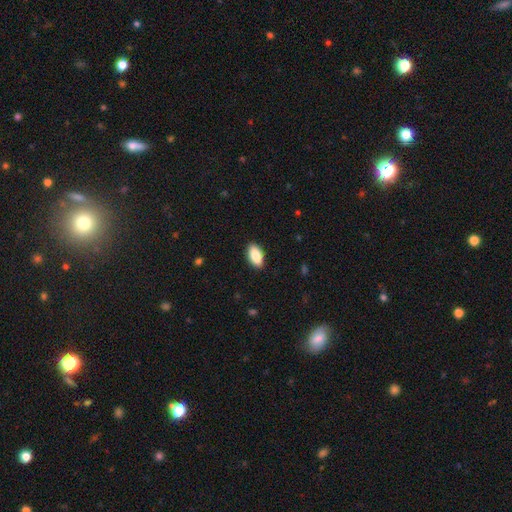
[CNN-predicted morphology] A smooth galaxy with no disk features (86%) that is in between round and cigar-shaped (93%). Merging: none (89%).